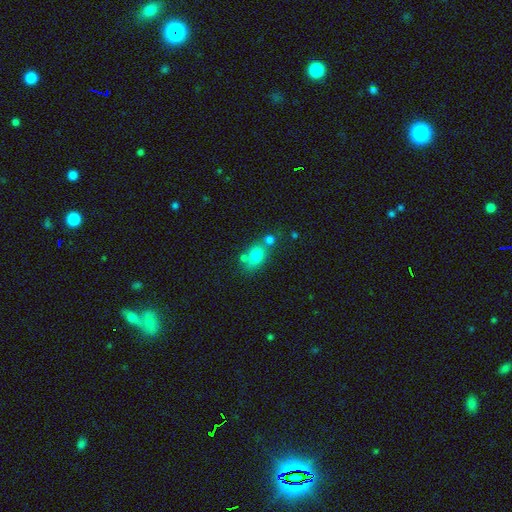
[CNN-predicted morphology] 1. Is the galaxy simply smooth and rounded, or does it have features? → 77% smooth, 12% featured or disk, 11% star or artifact.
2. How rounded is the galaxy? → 71% in between, 26% round, 2% cigar-shaped.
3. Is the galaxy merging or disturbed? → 52% none, 28% merger, 14% minor disturbance, 5% major disturbance.